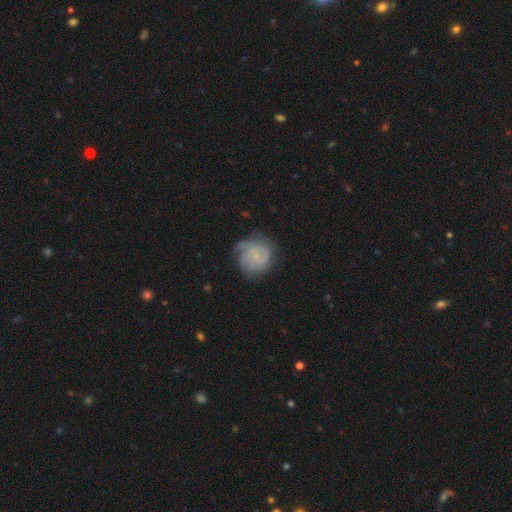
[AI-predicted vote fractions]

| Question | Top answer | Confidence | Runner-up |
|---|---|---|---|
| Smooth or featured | featured or disk | 64% | smooth (28%) |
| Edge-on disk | no | 98% | yes (2%) |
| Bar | no | 76% | weak (21%) |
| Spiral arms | yes | 89% | no (11%) |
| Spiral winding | tight | 57% | medium (31%) |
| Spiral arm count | can't tell | 37% | 3 (24%) |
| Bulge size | small | 68% | none (20%) |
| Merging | none | 58% | minor disturbance (25%) |